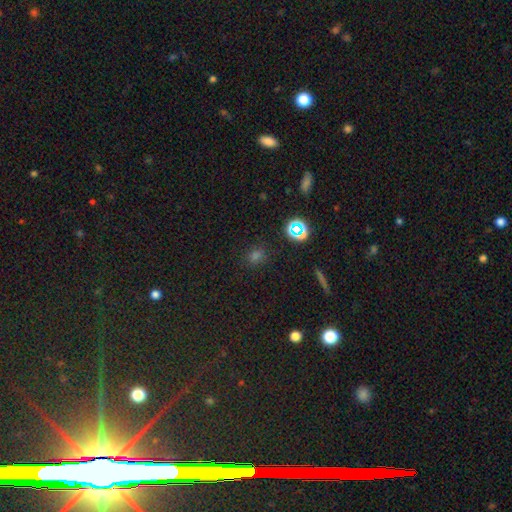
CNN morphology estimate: Smooth or featured? Predicted: smooth (p=0.61). How rounded? Predicted: round (p=0.73). Merging? Predicted: none (p=0.85).